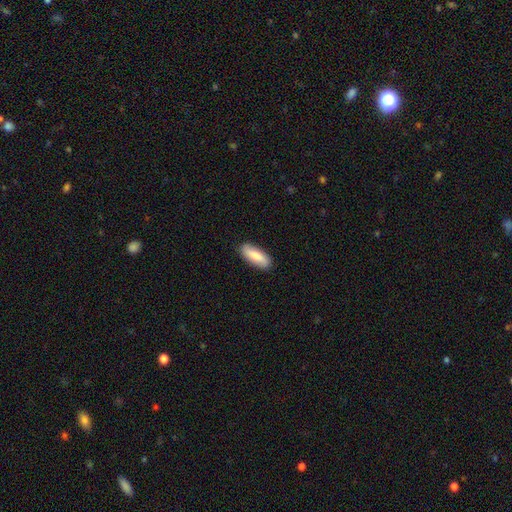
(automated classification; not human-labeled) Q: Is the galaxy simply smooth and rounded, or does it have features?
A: smooth — 76%.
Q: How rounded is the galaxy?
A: in between — 70%.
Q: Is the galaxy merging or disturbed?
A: none — 88%.